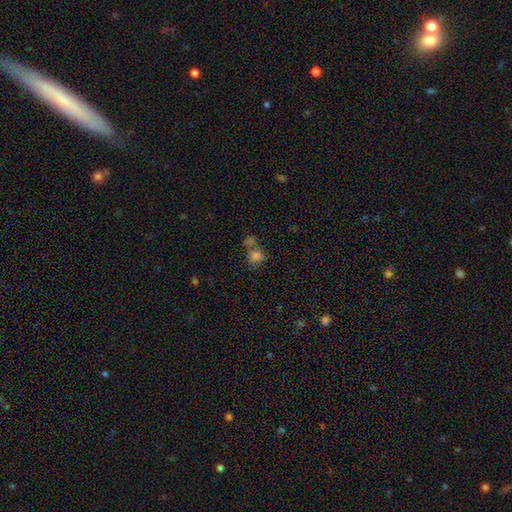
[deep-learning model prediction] Smooth or featured?
  - smooth: 76% *
  - star or artifact: 16%
  - featured or disk: 9%
How rounded?
  - round: 75% *
  - in between: 24%
  - cigar-shaped: 1%
Merging?
  - merger: 42% *
  - none: 41%
  - minor disturbance: 11%
  - major disturbance: 6%